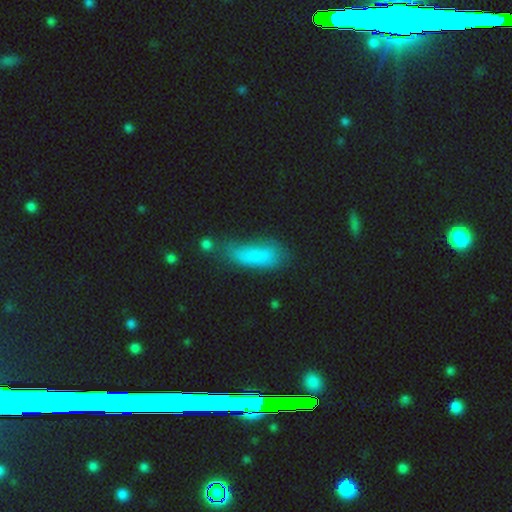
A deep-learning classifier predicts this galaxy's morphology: This is likely a smooth galaxy (80%). How rounded: possibly in between (53%). Merging: marginally none (44%).